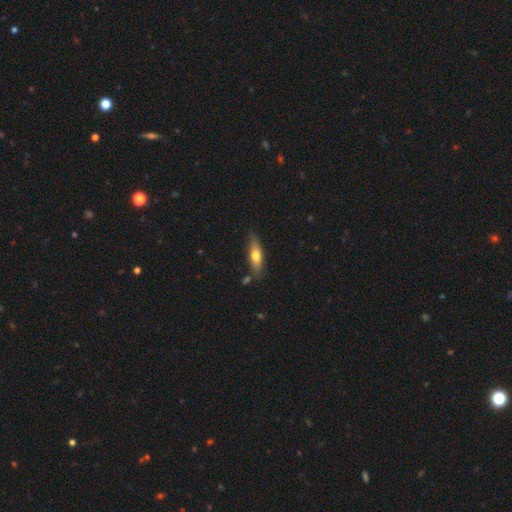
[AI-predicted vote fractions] smooth-or-featured: smooth: 62% | featured or disk: 32% | star or artifact: 6%
  how-rounded: cigar-shaped: 56% | in between: 41% | round: 2%
  merging: none: 77% | minor disturbance: 16% | merger: 4% | major disturbance: 3%